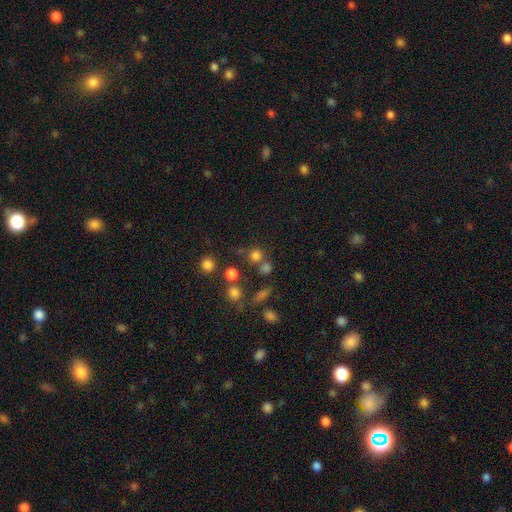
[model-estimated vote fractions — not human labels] The model was most divided on "merging": none: 62%, merger: 23%, minor disturbance: 10%, major disturbance: 6%. More confident: how rounded — round (88%); smooth or featured — smooth (72%).